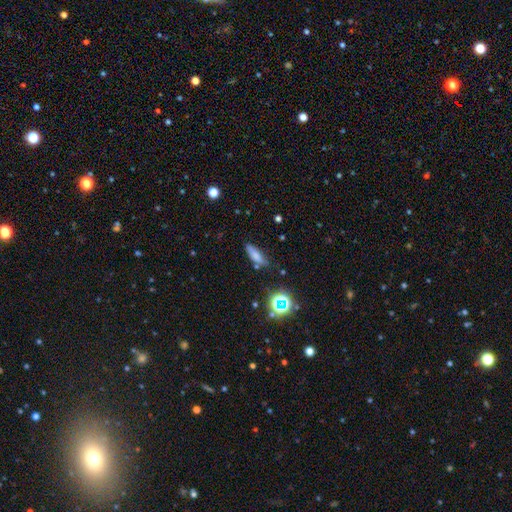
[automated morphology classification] A smooth galaxy with no disk features (71%) that is cigar-shaped (51%).

Vote fractions:
- Smooth or featured? smooth: 71% / featured or disk: 15% / star or artifact: 14%
- How rounded? cigar-shaped: 51% / in between: 45% / round: 4%
- Merging? none: 73% / minor disturbance: 18% / merger: 4% / major disturbance: 4%